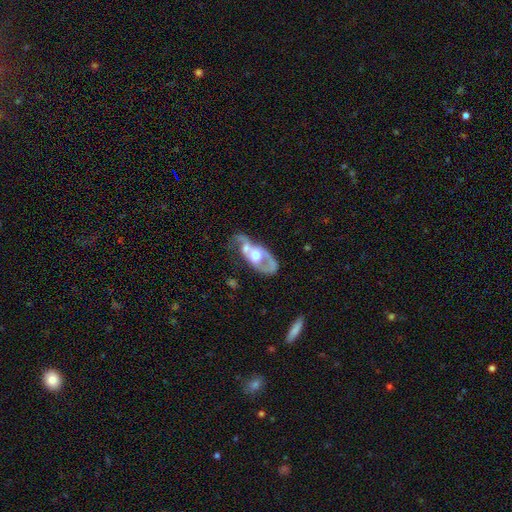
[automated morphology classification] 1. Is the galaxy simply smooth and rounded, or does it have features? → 69% featured or disk, 25% smooth, 6% star or artifact.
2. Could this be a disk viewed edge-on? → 89% no, 11% yes.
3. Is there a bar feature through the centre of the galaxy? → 81% no, 14% weak, 5% strong.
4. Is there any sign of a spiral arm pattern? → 57% no, 43% yes.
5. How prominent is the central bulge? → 59% moderate, 32% large, 5% small, 2% dominant, 2% none.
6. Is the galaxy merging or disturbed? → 30% merger, 27% major disturbance, 24% none, 19% minor disturbance.